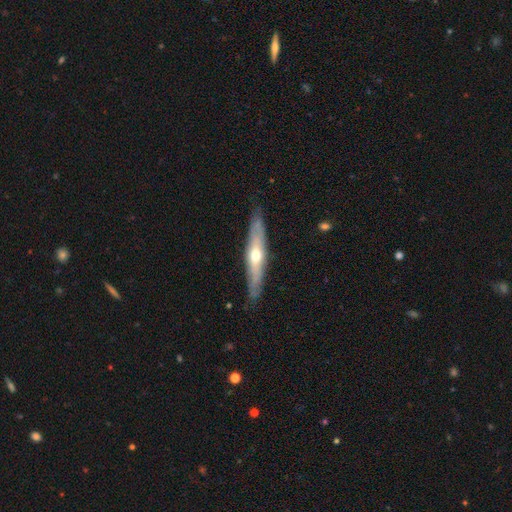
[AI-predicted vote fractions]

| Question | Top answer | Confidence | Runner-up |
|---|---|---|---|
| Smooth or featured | featured or disk | 58% | smooth (37%) |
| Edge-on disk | yes | 76% | no (24%) |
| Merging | none | 84% | minor disturbance (12%) |